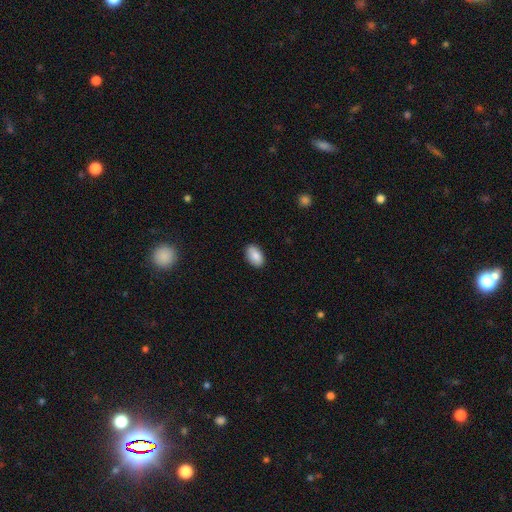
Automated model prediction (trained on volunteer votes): A smooth galaxy with no disk features (86%) that is in between round and cigar-shaped (93%). Merging: none (88%).